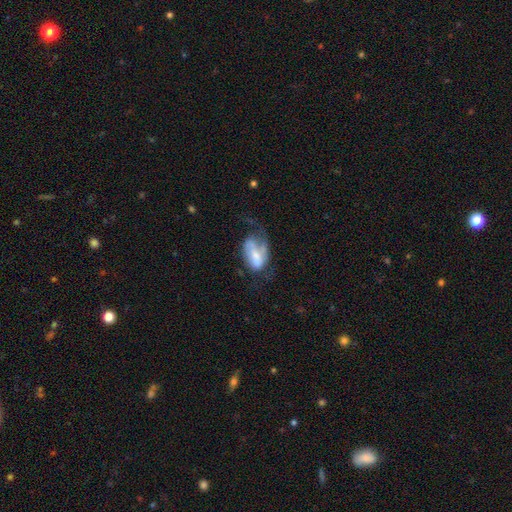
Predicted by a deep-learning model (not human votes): Smooth or featured?
  - featured or disk: 48% *
  - smooth: 45%
  - star or artifact: 7%
Merging?
  - major disturbance: 44% *
  - none: 28%
  - minor disturbance: 24%
  - merger: 4%